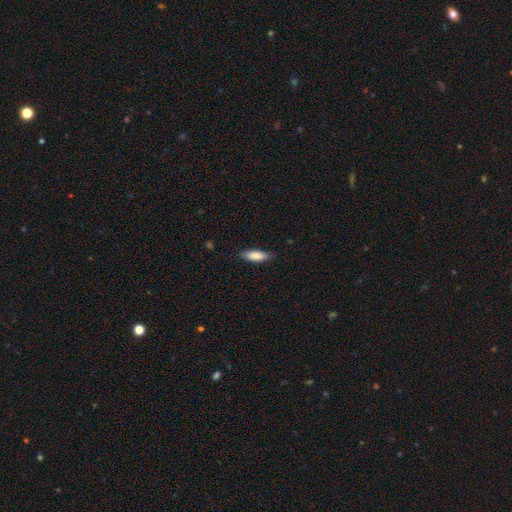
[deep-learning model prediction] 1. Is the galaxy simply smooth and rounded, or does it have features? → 86% smooth, 8% featured or disk, 6% star or artifact.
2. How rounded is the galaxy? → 65% in between, 34% cigar-shaped, 2% round.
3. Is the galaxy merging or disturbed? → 82% none, 15% minor disturbance, 2% major disturbance, 1% merger.